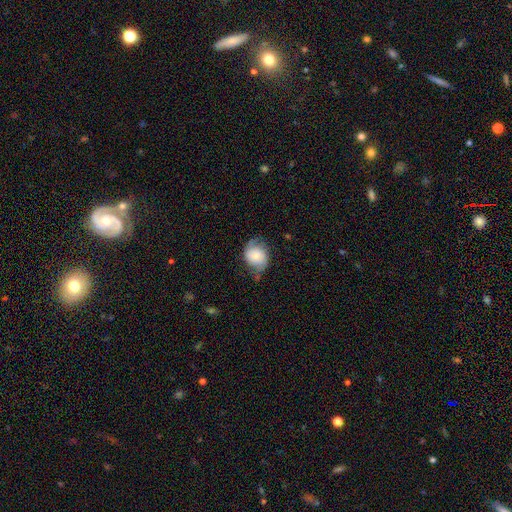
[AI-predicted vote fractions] The model was most divided on "smooth or featured": smooth: 50%, featured or disk: 42%, star or artifact: 8%. More confident: merging — none (53%).